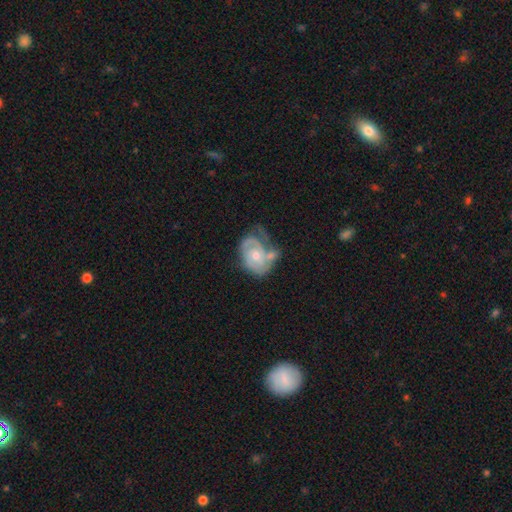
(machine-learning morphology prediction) Smooth or featured: featured or disk — 75% (smooth — 19%)
Edge-on disk: no — 97% (yes — 3%)
Bar: no — 73% (weak — 24%)
Spiral arms: yes — 85% (no — 15%)
Spiral winding: tight — 52% (medium — 34%)
Spiral arm count: 2 — 39% (can't tell — 27%)
Bulge size: moderate — 56% (small — 39%)
Merging: none — 32% (merger — 24%)